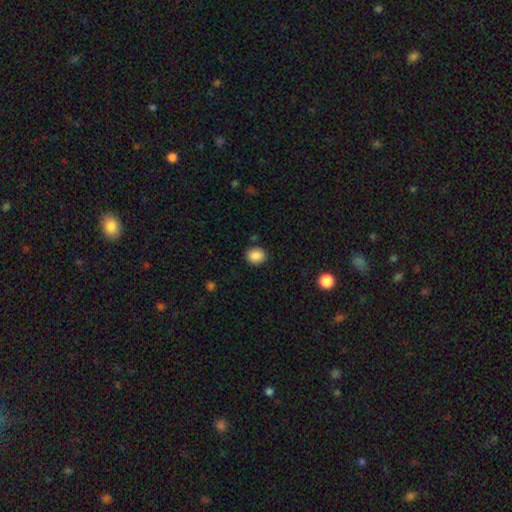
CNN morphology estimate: smooth_or_featured: smooth (p=0.88) [alt: star or artifact p=0.09]
how_rounded: round (p=0.61) [alt: in between p=0.38]
merging: none (p=0.87) [alt: minor disturbance p=0.09]